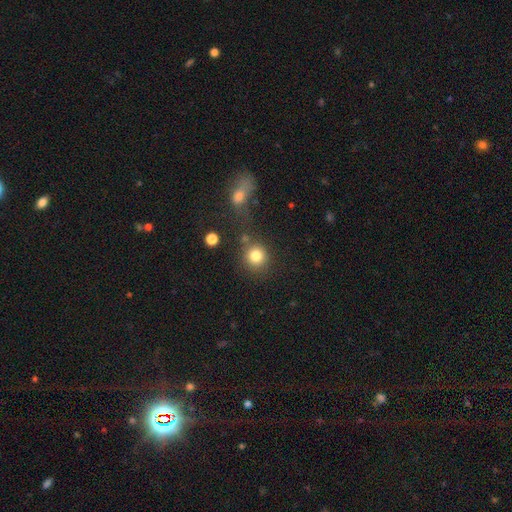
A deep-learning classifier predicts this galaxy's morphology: A smooth galaxy with no disk features (82%) that is round (90%).

Vote fractions:
- Smooth or featured? smooth: 82% / star or artifact: 11% / featured or disk: 7%
- How rounded? round: 90% / in between: 9% / cigar-shaped: 1%
- Merging? none: 73% / merger: 11% / minor disturbance: 11% / major disturbance: 5%